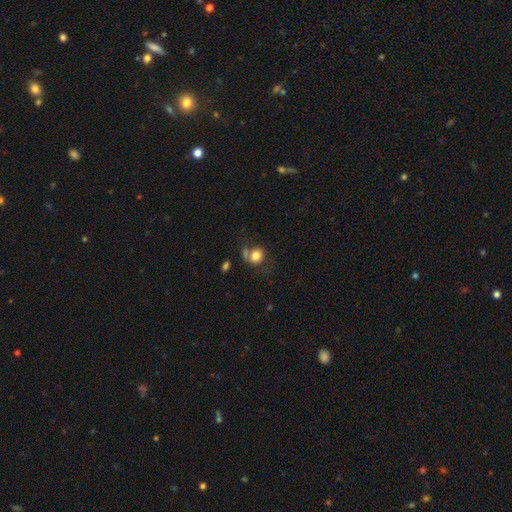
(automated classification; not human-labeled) Q: Smooth or featured?
A: smooth (76%); runner-up: featured or disk (14%)
Q: How rounded?
A: round (68%); runner-up: in between (31%)
Q: Merging?
A: none (41%); runner-up: merger (23%)